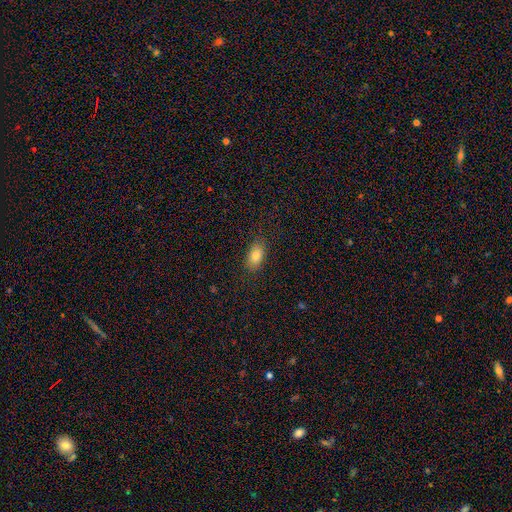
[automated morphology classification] Smooth or featured? Predicted: smooth (p=0.83). How rounded? Predicted: in between (p=0.90). Merging? Predicted: none (p=0.87).